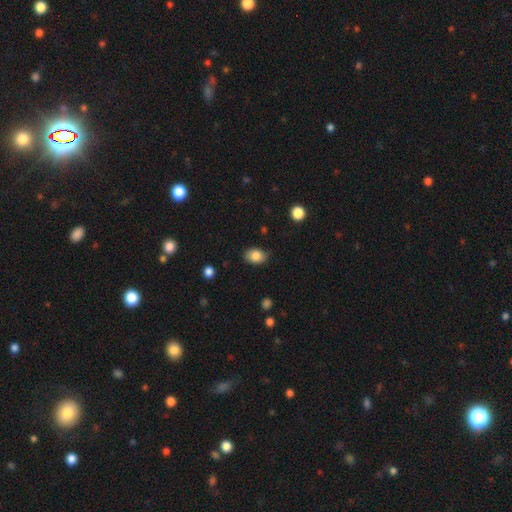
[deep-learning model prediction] Smooth or featured? Predicted: smooth (p=0.84). How rounded? Predicted: in between (p=0.79). Merging? Predicted: none (p=0.80).